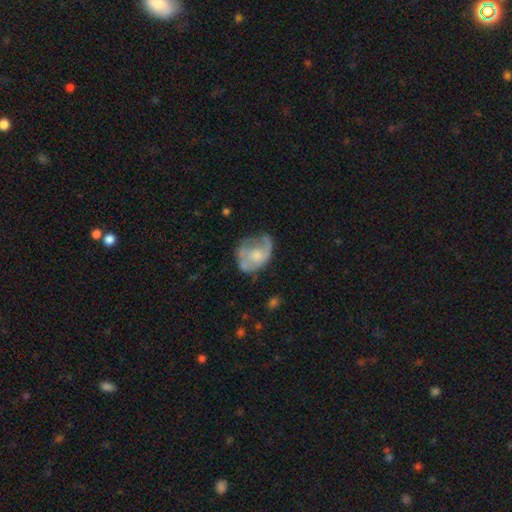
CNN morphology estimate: smooth_or_featured: featured or disk (p=0.57) [alt: smooth p=0.36]
disk_edge_on: no (p=0.97) [alt: yes p=0.03]
bar: no (p=0.80) [alt: weak p=0.17]
has_spiral_arms: yes (p=0.57) [alt: no p=0.43]
bulge_size: moderate (p=0.46) [alt: small p=0.37]
merging: none (p=0.42) [alt: minor disturbance p=0.29]